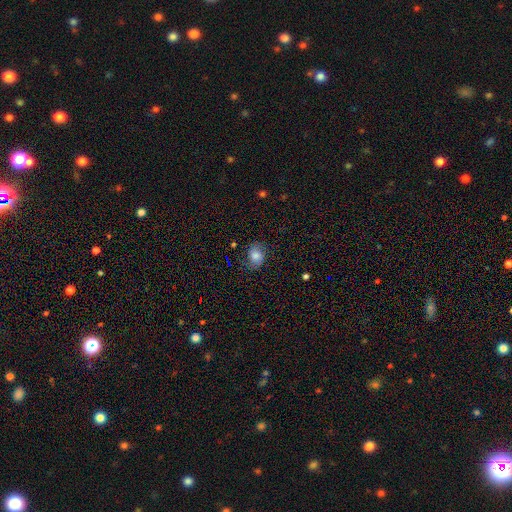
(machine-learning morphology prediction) type=smooth (69%); roundness=in between (55%); merging=none (70%).